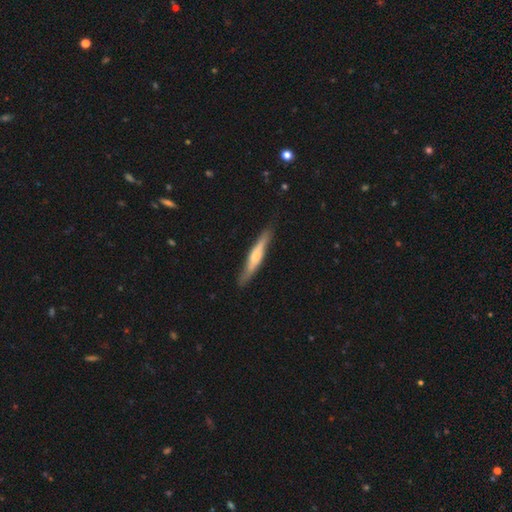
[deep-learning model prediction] smooth_or_featured: featured or disk (p=0.51) [alt: smooth p=0.44]
disk_edge_on: yes (p=0.89) [alt: no p=0.11]
merging: none (p=0.82) [alt: minor disturbance p=0.14]